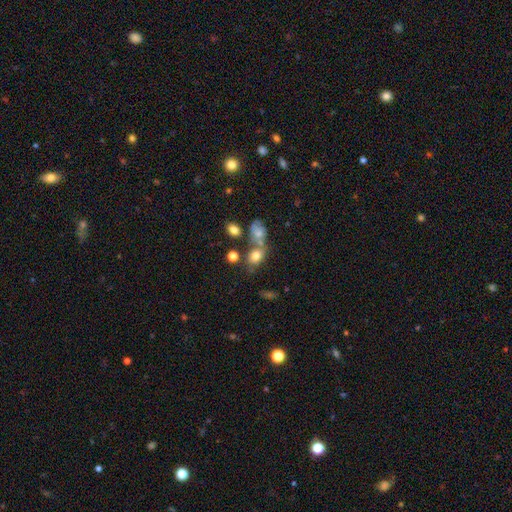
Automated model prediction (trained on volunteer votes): smooth-or-featured: smooth: 75% | featured or disk: 13% | star or artifact: 12%
  how-rounded: in between: 57% | round: 41% | cigar-shaped: 2%
  merging: none: 46% | merger: 33% | minor disturbance: 14% | major disturbance: 6%